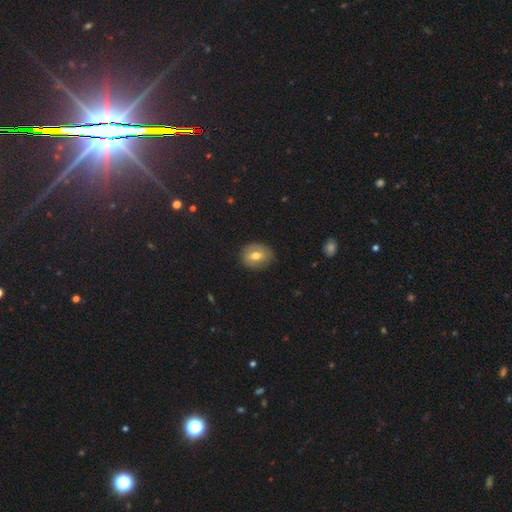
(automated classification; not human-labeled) Q: Smooth or featured?
A: smooth (64%); runner-up: featured or disk (27%)
Q: How rounded?
A: round (56%); runner-up: in between (42%)
Q: Merging?
A: none (77%); runner-up: minor disturbance (18%)